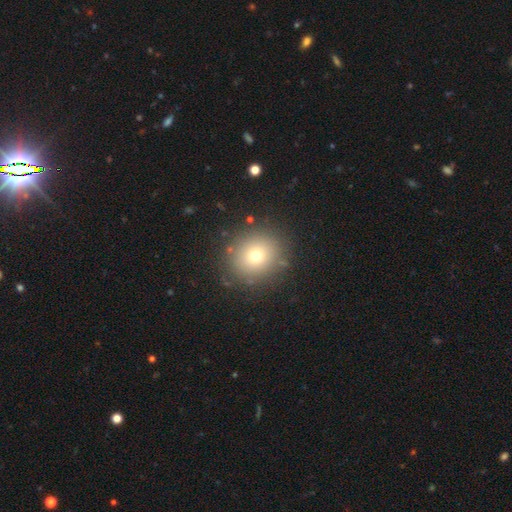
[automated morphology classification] Smooth or featured?
  - smooth: 72% *
  - star or artifact: 16%
  - featured or disk: 12%
How rounded?
  - round: 86% *
  - in between: 13%
  - cigar-shaped: 1%
Merging?
  - none: 87% *
  - minor disturbance: 8%
  - major disturbance: 3%
  - merger: 2%